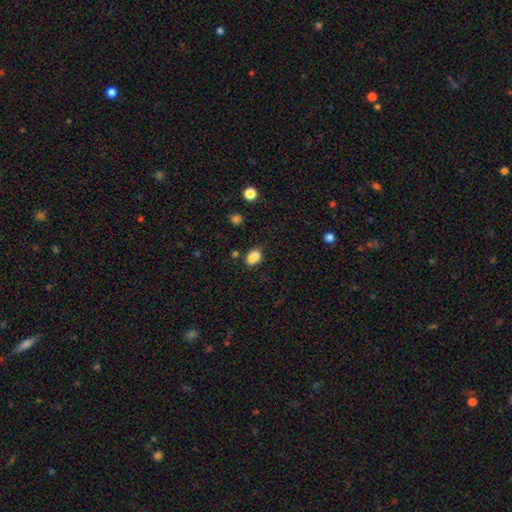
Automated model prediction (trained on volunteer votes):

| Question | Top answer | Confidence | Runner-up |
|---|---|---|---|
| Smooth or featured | smooth | 84% | star or artifact (11%) |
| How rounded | in between | 73% | round (25%) |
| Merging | none | 67% | minor disturbance (19%) |